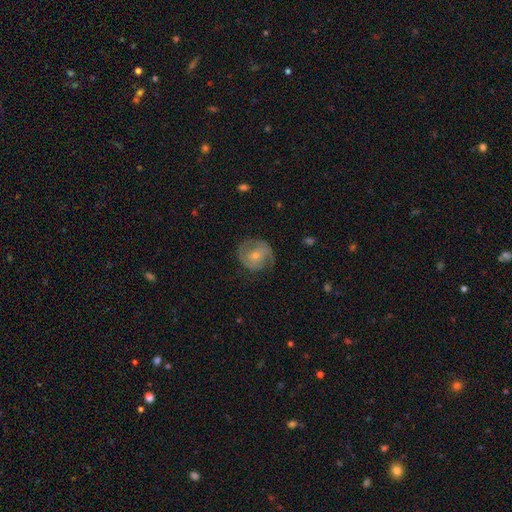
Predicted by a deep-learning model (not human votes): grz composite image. It shows a featured or disk galaxy (64%) with no bar (65%), 2 (66%) medium (43%) spiral arms (86%) and a small central bulge (62%). Merging: none (68%).